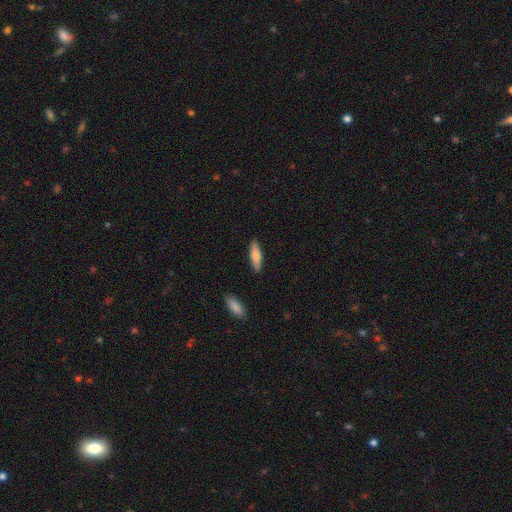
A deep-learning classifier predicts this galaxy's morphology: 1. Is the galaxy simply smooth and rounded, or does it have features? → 73% smooth, 21% featured or disk, 6% star or artifact.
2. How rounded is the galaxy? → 58% cigar-shaped, 41% in between, 2% round.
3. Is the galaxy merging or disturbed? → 87% none, 9% minor disturbance, 2% major disturbance, 2% merger.